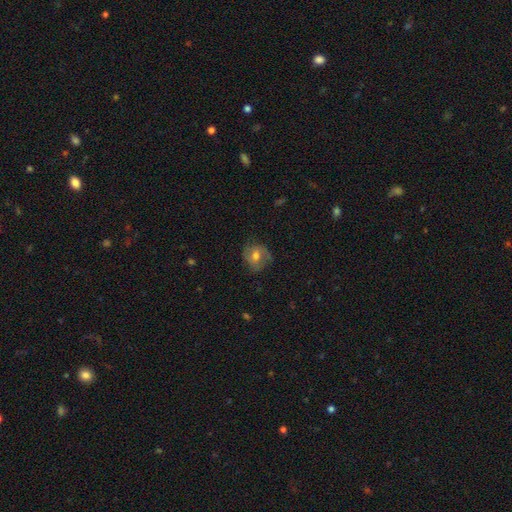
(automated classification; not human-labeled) A smooth galaxy with no disk features (46%).

Vote fractions:
- Smooth or featured? smooth: 46% / featured or disk: 45% / star or artifact: 9%
- Merging? none: 67% / minor disturbance: 22% / major disturbance: 10% / merger: 1%